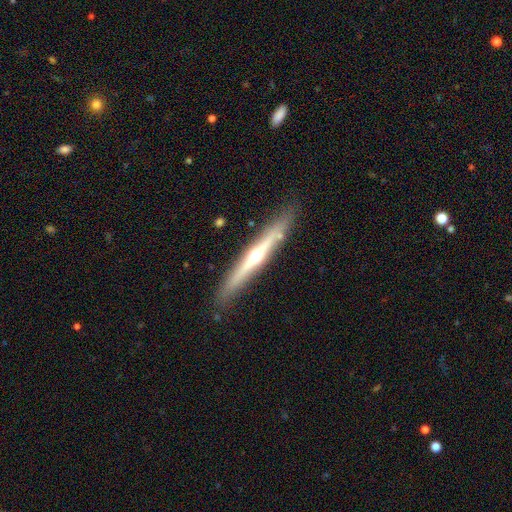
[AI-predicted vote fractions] Overall: featured or disk (72%). Edge-on disk: yes (97%). Edge-on bulge: rounded (84%). Merging: none (87%).